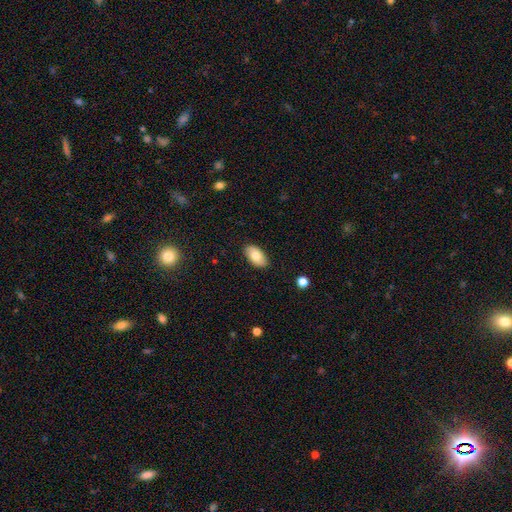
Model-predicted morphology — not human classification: A smooth galaxy with no disk features (78%) that is in between round and cigar-shaped (95%). Merging: none (87%).